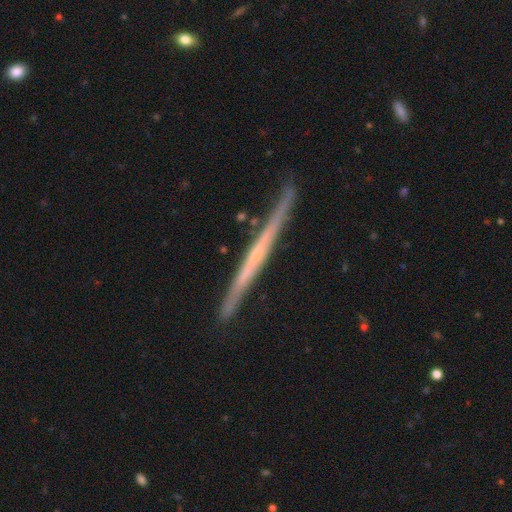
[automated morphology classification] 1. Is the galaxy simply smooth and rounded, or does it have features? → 70% featured or disk, 25% smooth, 5% star or artifact.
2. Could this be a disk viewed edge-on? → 97% yes, 3% no.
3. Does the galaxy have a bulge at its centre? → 78% none, 16% rounded, 6% boxy.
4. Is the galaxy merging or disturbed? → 87% none, 10% minor disturbance, 2% merger, 2% major disturbance.